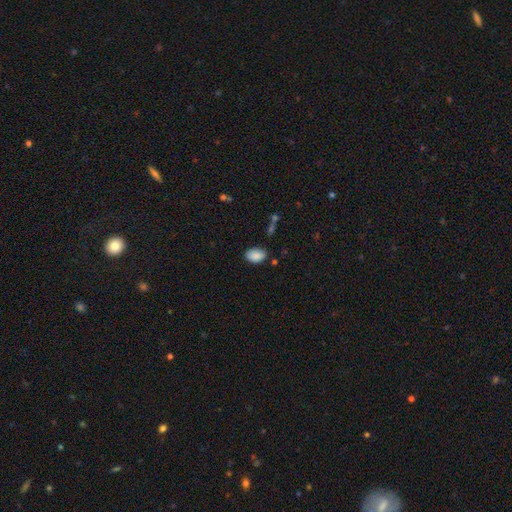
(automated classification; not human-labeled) smooth 88%, star or artifact 8%, featured or disk 4%. Down the decision tree: how rounded — in between (89%); merging — none (81%).